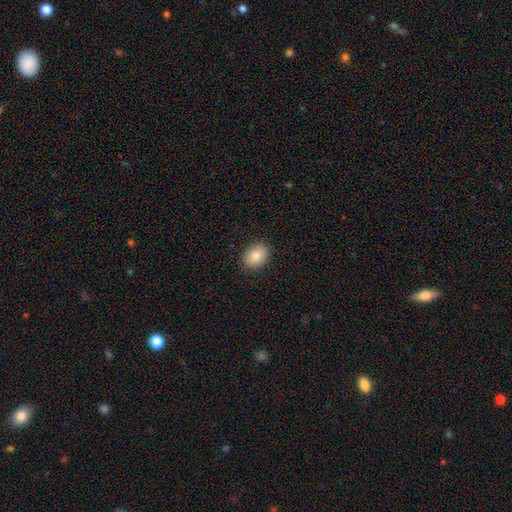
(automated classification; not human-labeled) Morphology: type=smooth (84%); roundness=in between (69%); merging=none (90%).